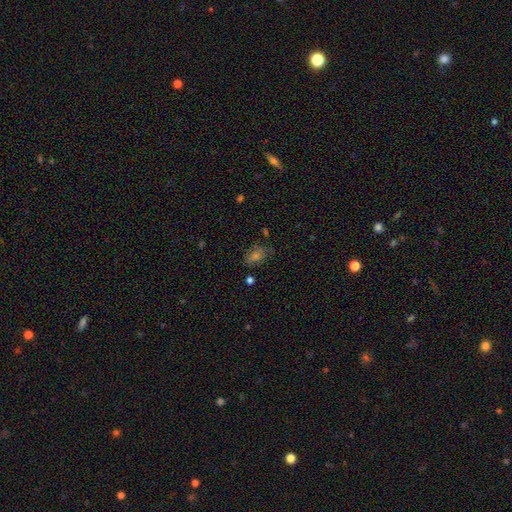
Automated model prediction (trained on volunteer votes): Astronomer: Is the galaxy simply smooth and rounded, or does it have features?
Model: smooth — 52% (runner-up: star or artifact, 28%).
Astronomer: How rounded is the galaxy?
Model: in between — 73%.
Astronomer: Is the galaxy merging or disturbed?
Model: none — 76%.